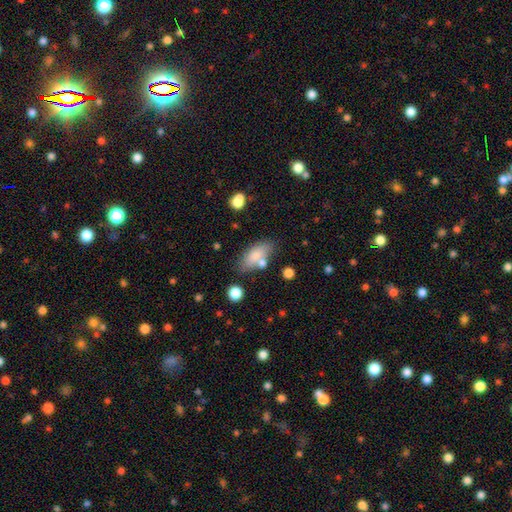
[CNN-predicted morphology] smooth 78%, featured or disk 14%, star or artifact 8%. Down the decision tree: how rounded — in between (85%); merging — none (65%).